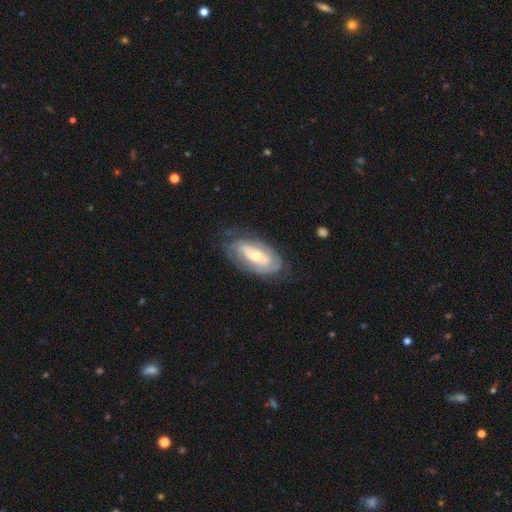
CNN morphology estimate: The model was most divided on "bulge size": moderate: 52%, small: 40%, large: 5%, none: 2%, dominant: 1%. Remaining: edge-on disk — no (92%); spiral arms — yes (81%); smooth or featured — featured or disk (73%); merging — none (71%); spiral winding — tight (70%); bar — no (56%); spiral arm count — can't tell (48%).